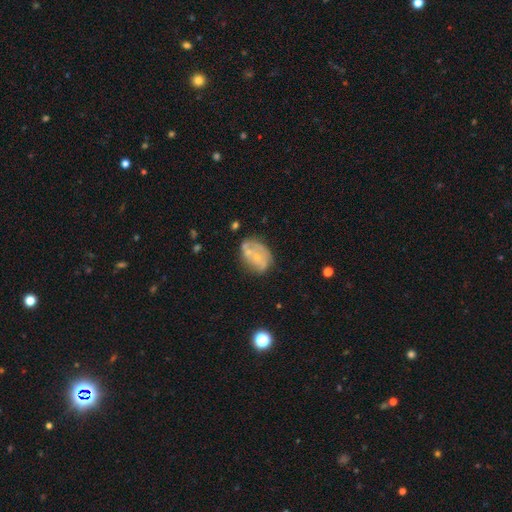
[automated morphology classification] A featured or disk galaxy (58%) with no bar (80%), no spiral arms (56%) and a small central bulge (70%). Merging: none (46%).